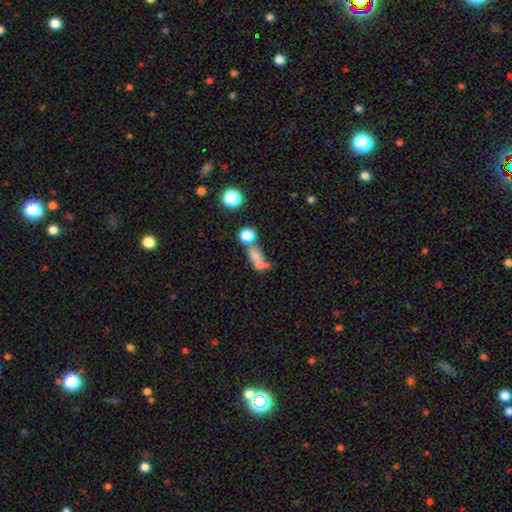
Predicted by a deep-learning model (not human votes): Morphology: type=smooth (64%); roundness=in between (49%); merging=merger (54%).